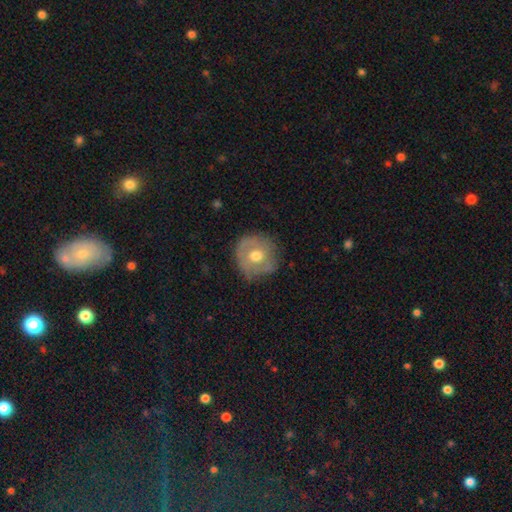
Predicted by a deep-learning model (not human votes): The model was most divided on "smooth or featured": smooth: 47%, featured or disk: 46%, star or artifact: 7%. More confident: merging — none (69%).